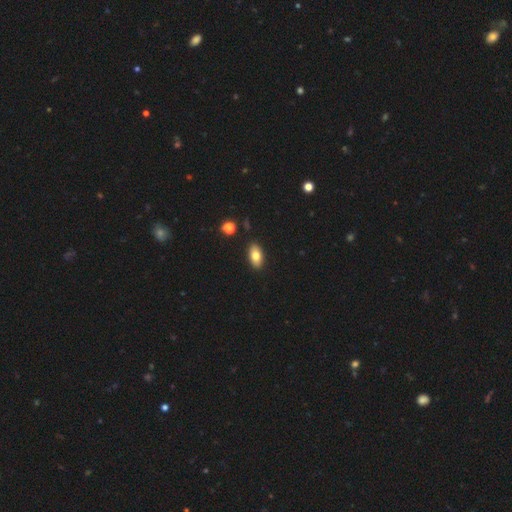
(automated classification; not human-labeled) smooth-or-featured: smooth: 79% | featured or disk: 13% | star or artifact: 8%
  how-rounded: in between: 92% | round: 5% | cigar-shaped: 4%
  merging: none: 88% | minor disturbance: 8% | merger: 2% | major disturbance: 2%